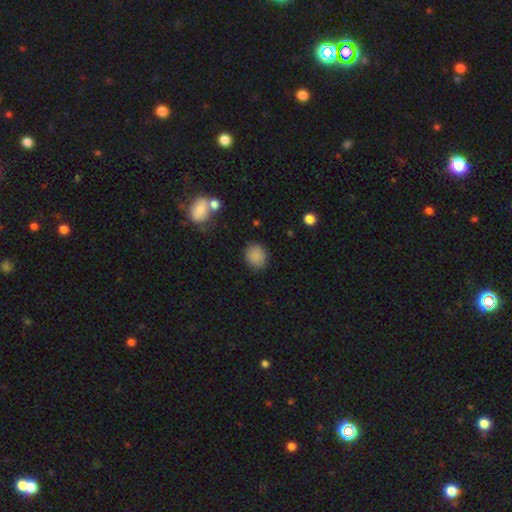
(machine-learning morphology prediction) Smooth or featured?
  - smooth: 86% *
  - star or artifact: 10%
  - featured or disk: 4%
How rounded?
  - round: 81% *
  - in between: 18%
  - cigar-shaped: 1%
Merging?
  - none: 85% *
  - minor disturbance: 10%
  - major disturbance: 3%
  - merger: 2%